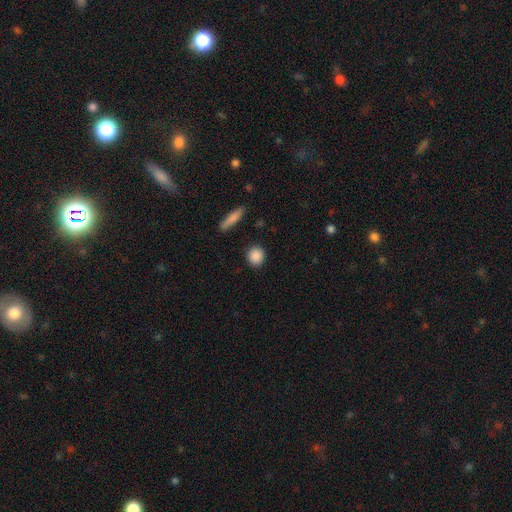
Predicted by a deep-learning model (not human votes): Smooth or featured? smooth (89%)
How rounded? round (81%)
Merging? none (89%)